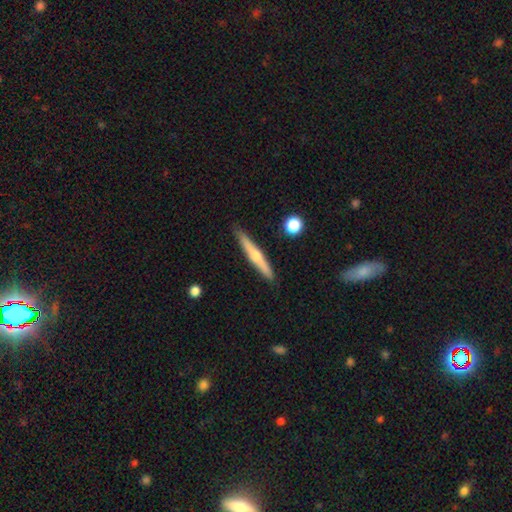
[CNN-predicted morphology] Smooth or featured?
  - featured or disk: 56% *
  - smooth: 39%
  - star or artifact: 6%
Edge-on disk?
  - yes: 97% *
  - no: 3%
Edge-on bulge?
  - rounded: 83% *
  - none: 13%
  - boxy: 4%
Merging?
  - none: 89% *
  - minor disturbance: 8%
  - merger: 2%
  - major disturbance: 2%